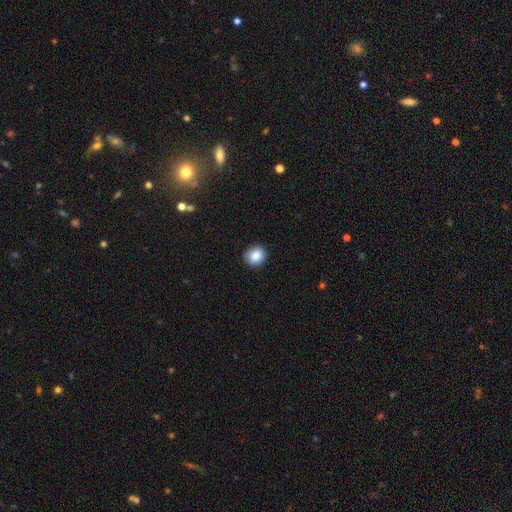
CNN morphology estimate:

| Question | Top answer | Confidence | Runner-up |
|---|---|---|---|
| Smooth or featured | smooth | 86% | star or artifact (9%) |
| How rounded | round | 79% | in between (20%) |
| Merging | none | 87% | minor disturbance (10%) |